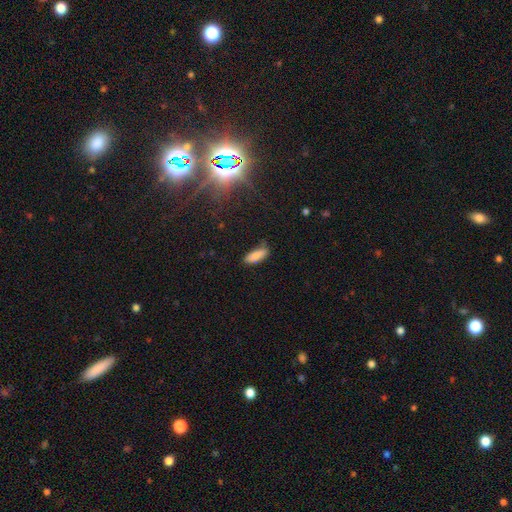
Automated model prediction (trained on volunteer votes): smooth 86%, star or artifact 8%, featured or disk 6%. Down the decision tree: how rounded — in between (65%); merging — none (69%).